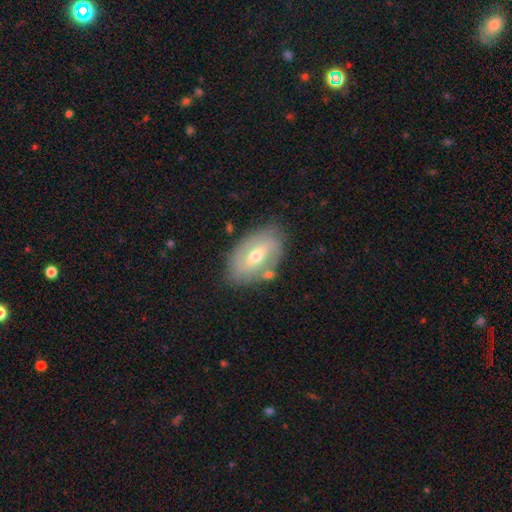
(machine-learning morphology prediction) This is likely a featured or disk galaxy (64%). It is clearly not viewed edge-on (89%). Bar: marginally weak (43%). Spiral arm pattern: possibly yes (59%). Central bulge: likely moderate (66%). Merging: likely none (75%).